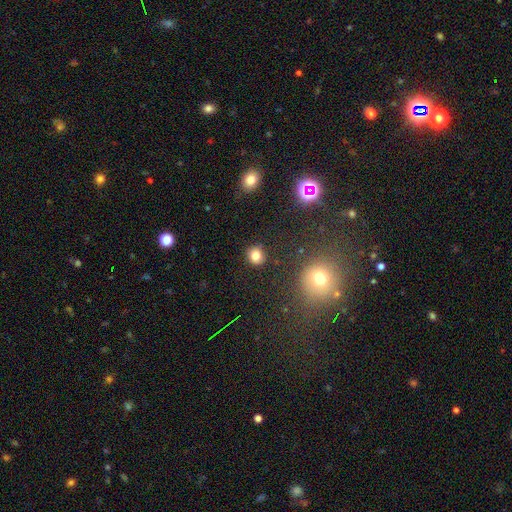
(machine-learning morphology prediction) This is clearly a smooth galaxy (81%). How rounded: clearly round (81%). Merging: clearly none (87%).